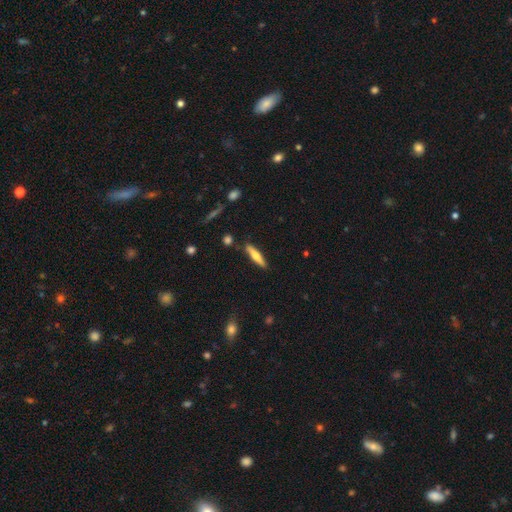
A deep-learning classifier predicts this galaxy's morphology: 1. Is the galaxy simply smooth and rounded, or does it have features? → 54% smooth, 40% featured or disk, 6% star or artifact.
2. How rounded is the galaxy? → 83% cigar-shaped, 16% in between, 2% round.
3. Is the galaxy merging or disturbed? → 86% none, 9% minor disturbance, 3% merger, 2% major disturbance.